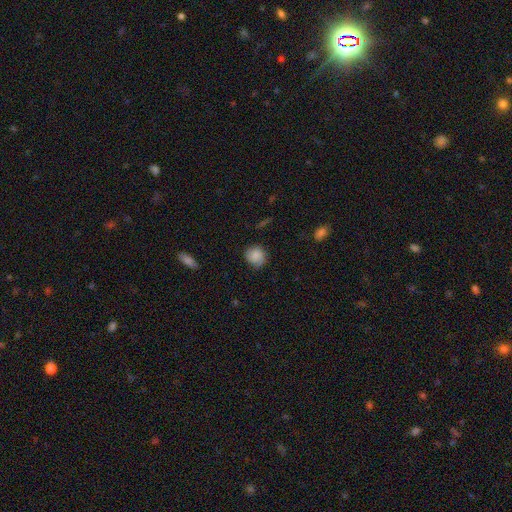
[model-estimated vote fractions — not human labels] The model was most divided on "smooth or featured": smooth: 69%, featured or disk: 23%, star or artifact: 9%. More confident: how rounded — round (81%); merging — none (72%).